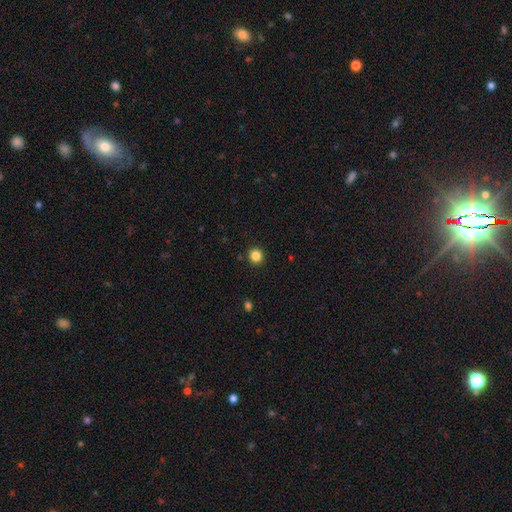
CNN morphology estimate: Smooth or featured? smooth (85%)
How rounded? round (92%)
Merging? none (92%)